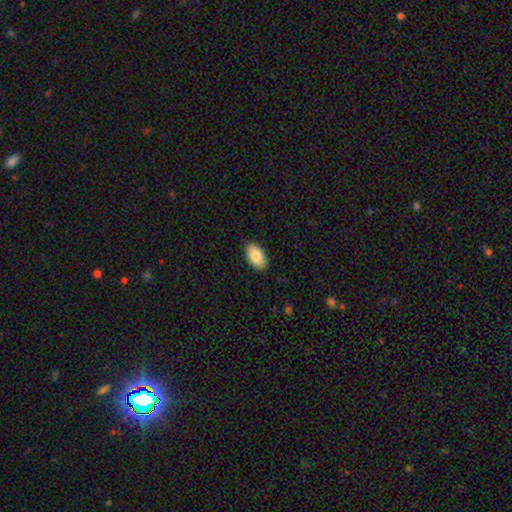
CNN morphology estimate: Overall: smooth (85%). How rounded: in between (95%). Merging: none (89%).